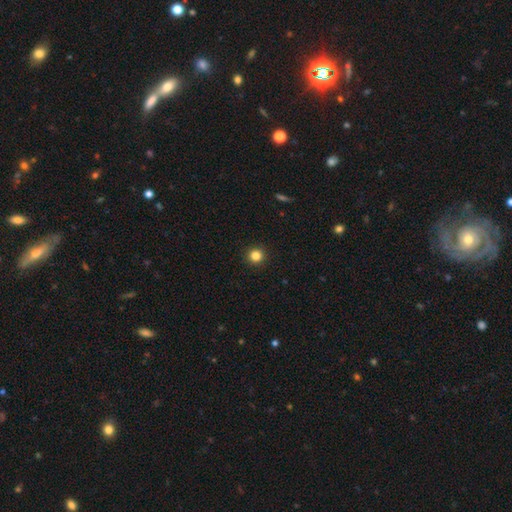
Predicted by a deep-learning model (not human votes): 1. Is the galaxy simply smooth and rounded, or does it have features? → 84% smooth, 12% star or artifact, 4% featured or disk.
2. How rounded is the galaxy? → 94% round, 5% in between, 1% cigar-shaped.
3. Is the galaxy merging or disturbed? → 93% none, 4% minor disturbance, 2% major disturbance, 1% merger.